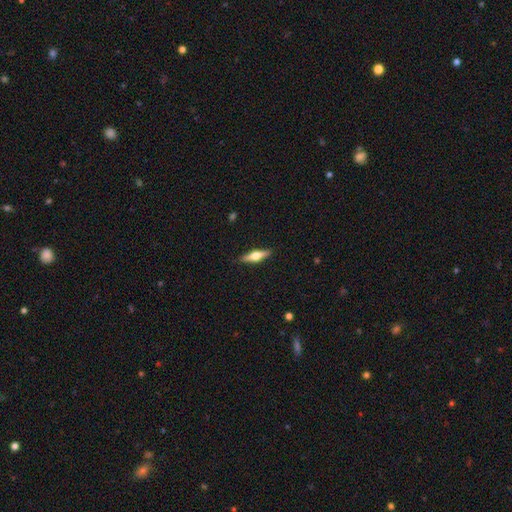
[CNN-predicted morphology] A featured or disk galaxy (61%) viewed edge-on (96%) with a rounded central bulge (94%). Merging: none (89%).